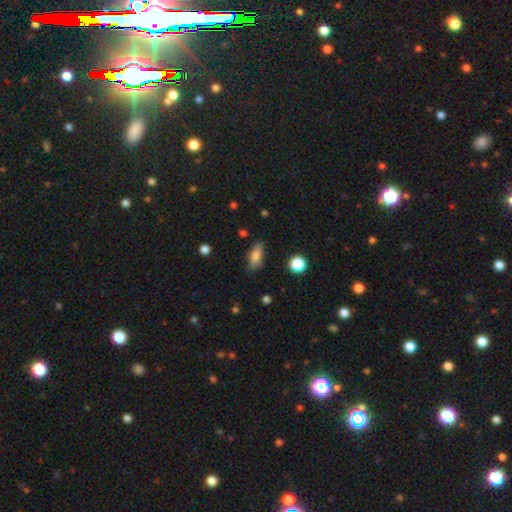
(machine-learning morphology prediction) smooth 79%, featured or disk 13%, star or artifact 9%. Down the decision tree: how rounded — in between (75%); merging — none (76%).